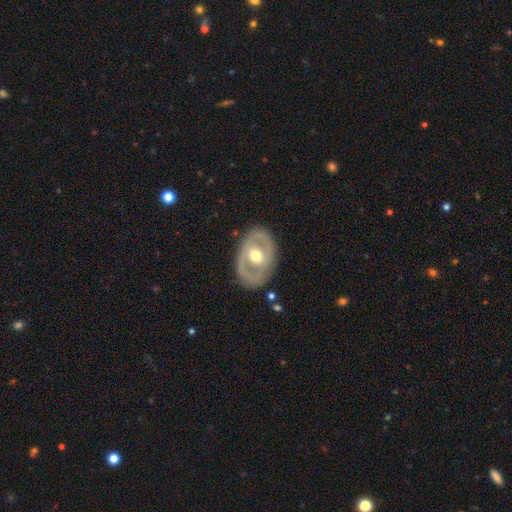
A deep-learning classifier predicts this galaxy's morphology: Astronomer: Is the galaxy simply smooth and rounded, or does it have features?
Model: featured or disk — 67%.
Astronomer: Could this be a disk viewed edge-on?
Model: no — 92%.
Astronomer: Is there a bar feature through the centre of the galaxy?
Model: no — 67%.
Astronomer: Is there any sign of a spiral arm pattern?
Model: no — 73%.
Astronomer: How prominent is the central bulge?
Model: moderate — 76%.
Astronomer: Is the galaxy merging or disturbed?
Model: none — 81%.